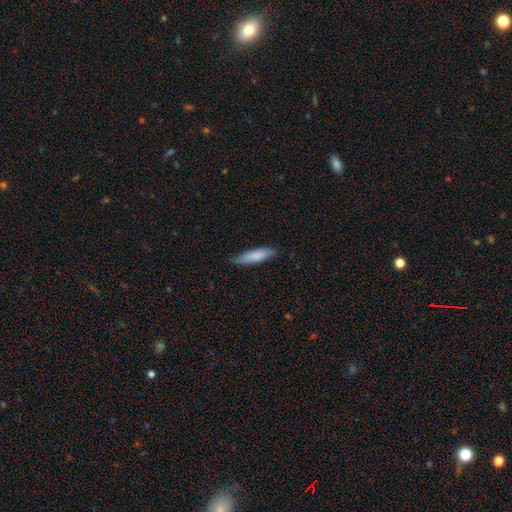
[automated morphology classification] smooth_or_featured: smooth (p=0.77) [alt: featured or disk p=0.17]
how_rounded: cigar-shaped (p=0.66) [alt: in between p=0.33]
merging: none (p=0.74) [alt: minor disturbance p=0.22]